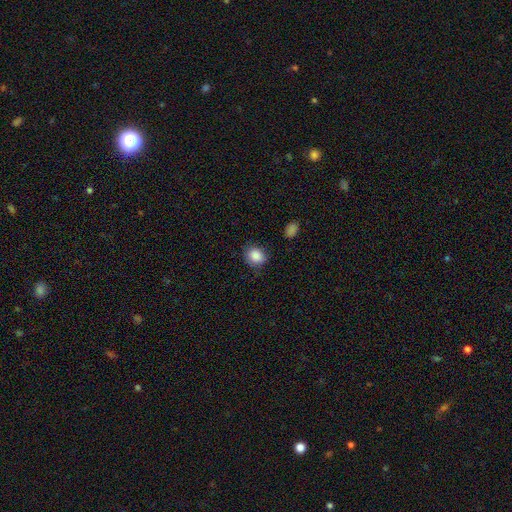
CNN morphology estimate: This is clearly a smooth galaxy (87%). How rounded: likely round (60%). Merging: likely none (75%).